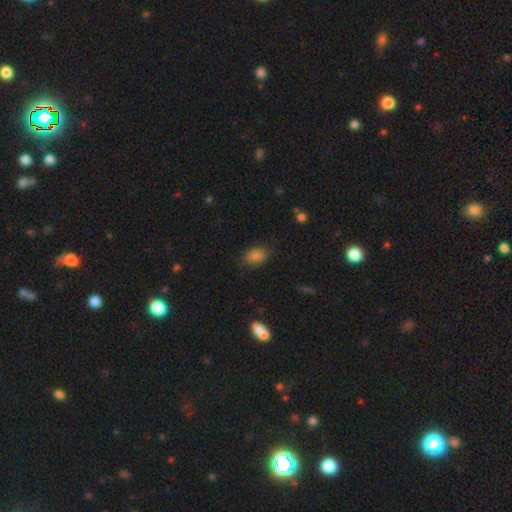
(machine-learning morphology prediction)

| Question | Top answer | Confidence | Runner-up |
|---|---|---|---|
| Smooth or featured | smooth | 82% | star or artifact (11%) |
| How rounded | in between | 81% | round (17%) |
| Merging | none | 79% | minor disturbance (15%) |